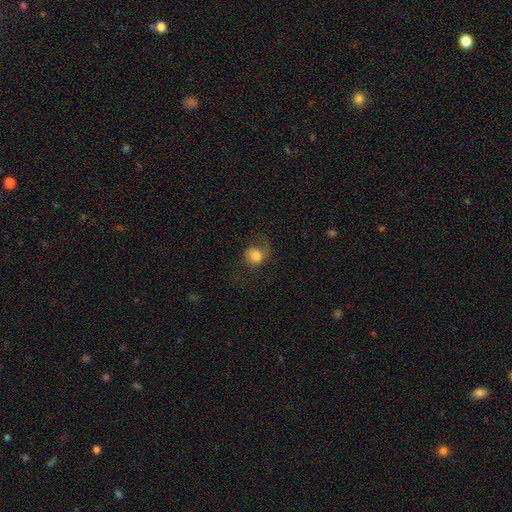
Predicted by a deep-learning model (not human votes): Q: Smooth or featured?
A: smooth (70%); runner-up: featured or disk (20%)
Q: How rounded?
A: round (77%); runner-up: in between (22%)
Q: Merging?
A: none (52%); runner-up: major disturbance (25%)